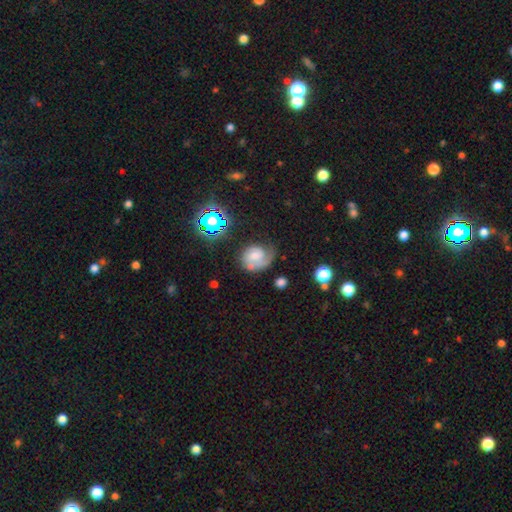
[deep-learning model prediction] Smooth or featured? featured or disk (63%)
Edge-on disk? no (97%)
Bar? no (68%)
Spiral arms? yes (89%)
Spiral winding? tight (44%)
Spiral arm count? 1 (58%)
Bulge size? small (43%)
Merging? none (50%)